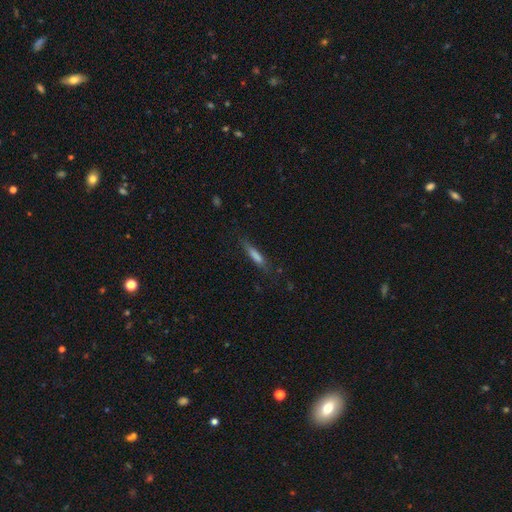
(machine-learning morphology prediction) Smooth or featured: smooth — 60% (featured or disk — 30%)
How rounded: cigar-shaped — 89% (in between — 9%)
Merging: none — 77% (minor disturbance — 16%)